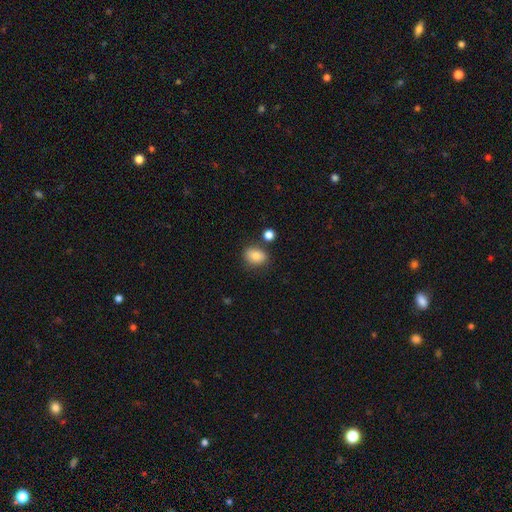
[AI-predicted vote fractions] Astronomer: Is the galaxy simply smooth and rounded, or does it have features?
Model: smooth — 81%.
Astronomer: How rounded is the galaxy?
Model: in between — 62% (runner-up: round, 37%).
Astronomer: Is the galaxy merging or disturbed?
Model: none — 75%.